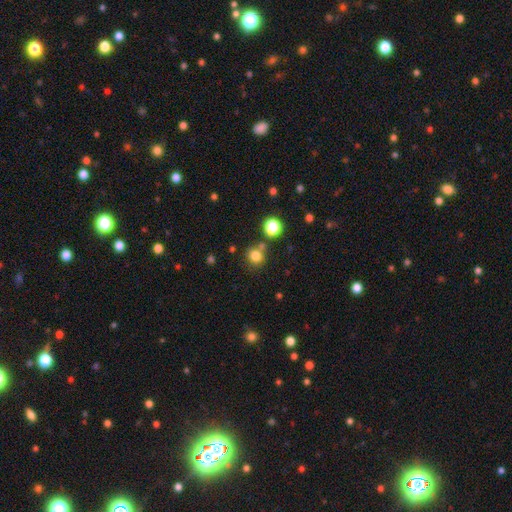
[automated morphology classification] smooth 79%, star or artifact 15%, featured or disk 6%. Down the decision tree: how rounded — round (86%); merging — none (71%).